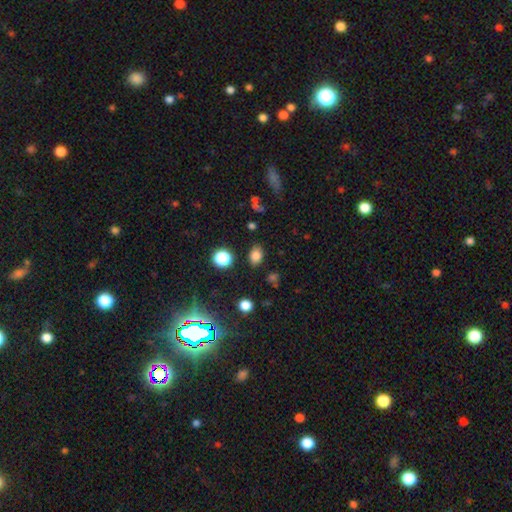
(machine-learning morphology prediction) The model was most divided on "how rounded": in between: 69%, round: 29%, cigar-shaped: 1%. More confident: merging — none (83%); smooth or featured — smooth (80%).